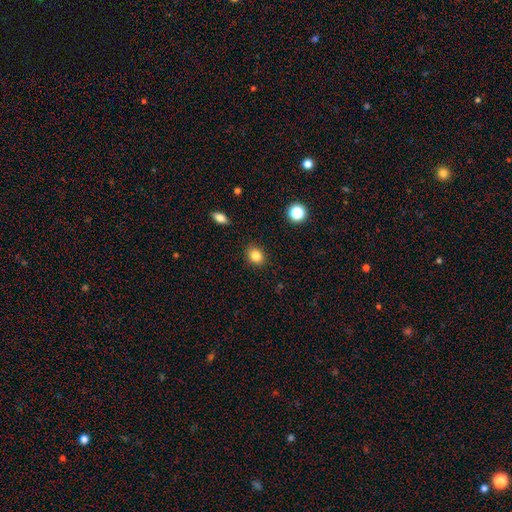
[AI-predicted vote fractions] smooth-or-featured: smooth: 84% | star or artifact: 11% | featured or disk: 6%
  how-rounded: round: 52% | in between: 47% | cigar-shaped: 1%
  merging: none: 88% | minor disturbance: 8% | major disturbance: 2% | merger: 1%